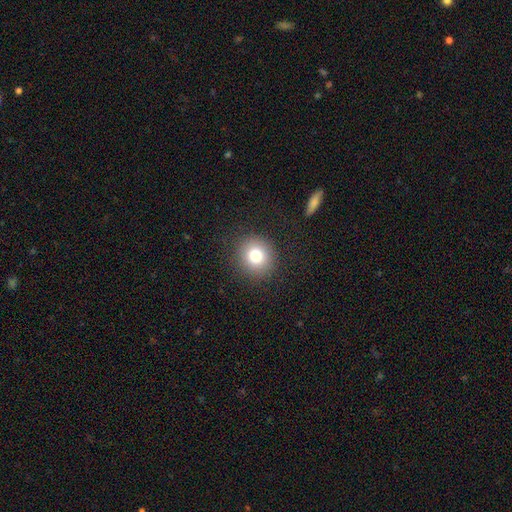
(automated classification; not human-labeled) smooth_or_featured: smooth (p=0.78) [alt: star or artifact p=0.12]
how_rounded: round (p=0.91) [alt: in between p=0.08]
merging: none (p=0.89) [alt: minor disturbance p=0.07]